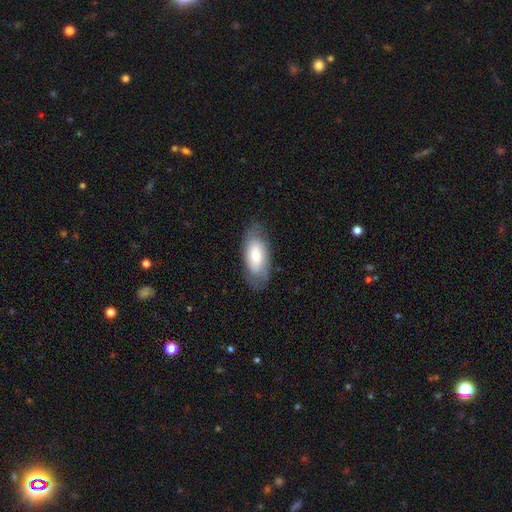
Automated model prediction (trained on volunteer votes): Overall: smooth (64%; featured or disk 30%). How rounded: in between (90%). Merging: none (77%).